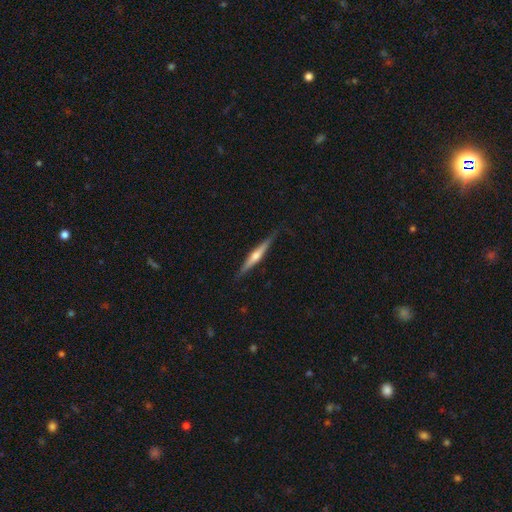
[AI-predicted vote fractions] Smooth or featured? Predicted: featured or disk (p=0.65). Edge-on disk? Predicted: yes (p=0.97). Edge-on bulge? Predicted: rounded (p=0.84). Merging? Predicted: none (p=0.85).